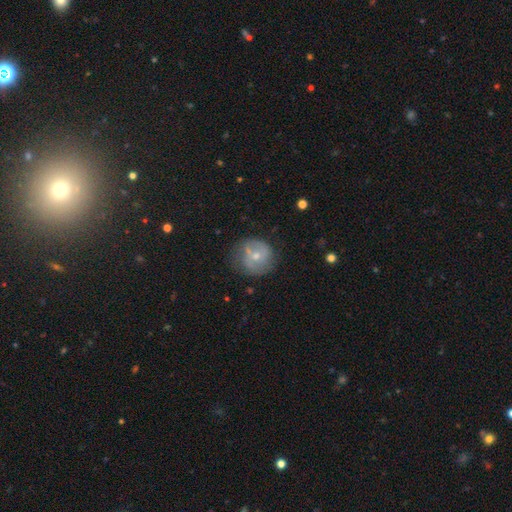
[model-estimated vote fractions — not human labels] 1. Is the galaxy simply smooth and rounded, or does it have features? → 47% smooth, 45% featured or disk, 8% star or artifact.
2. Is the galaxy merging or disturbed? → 57% none, 26% minor disturbance, 11% major disturbance, 5% merger.